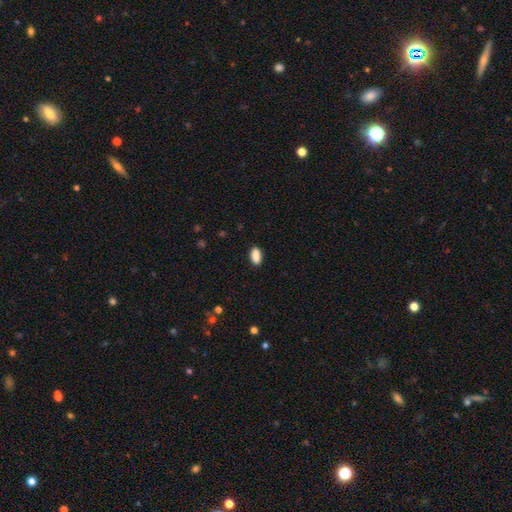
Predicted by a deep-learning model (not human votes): This is clearly a smooth galaxy (89%). How rounded: clearly in between (88%). Merging: clearly none (88%).